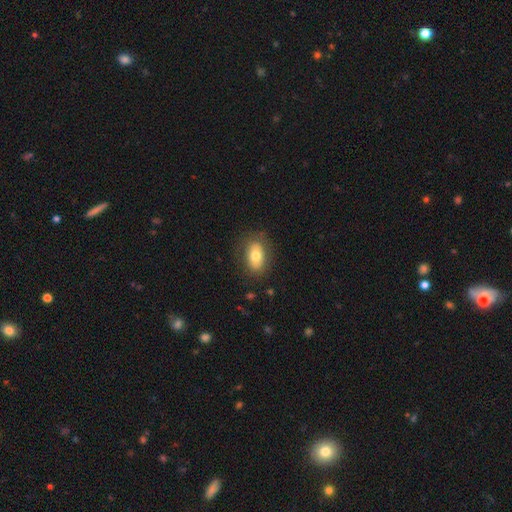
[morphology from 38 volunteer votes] smooth_or_featured: smooth (p=0.71) [alt: featured or disk p=0.26]
how_rounded: in between (p=0.89) [alt: cigar-shaped p=0.11]
merging: none (p=0.68) [alt: minor disturbance p=0.24]